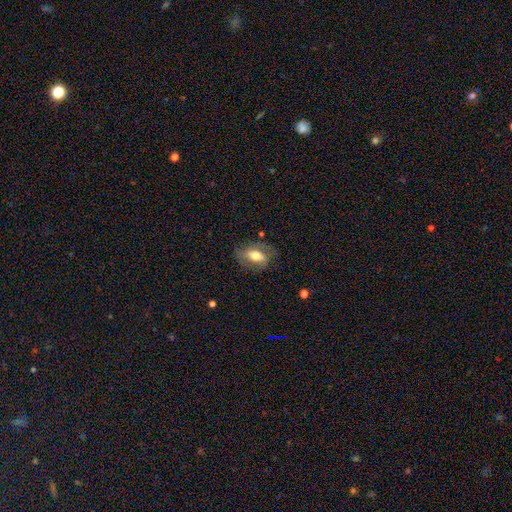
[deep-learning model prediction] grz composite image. It shows a smooth galaxy with no disk features (53%) that is in between round and cigar-shaped (81%). Merging: none (68%).